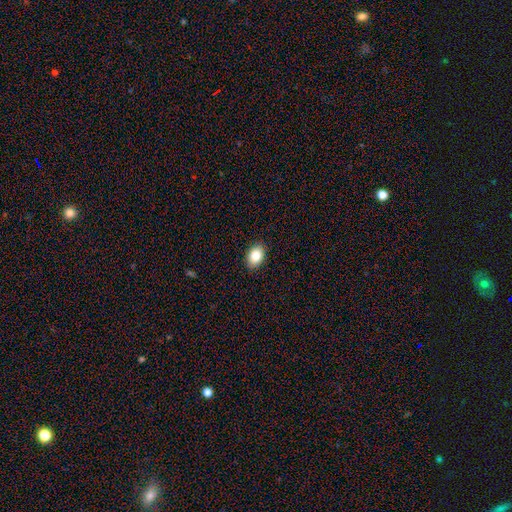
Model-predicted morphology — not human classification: Smooth or featured? smooth (85%)
How rounded? in between (83%)
Merging? none (89%)